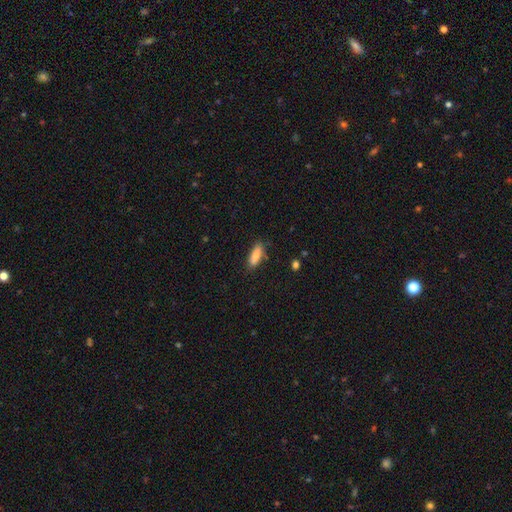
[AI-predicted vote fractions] This appears to be a smooth galaxy with no disk features (83%) that is in between round and cigar-shaped (63%). Merging: none (80%).